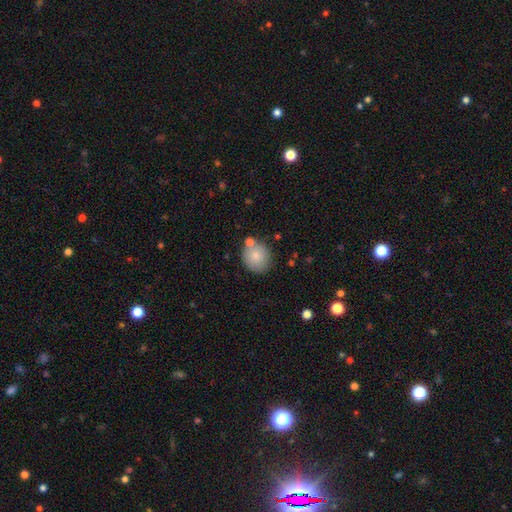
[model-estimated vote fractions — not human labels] smooth-or-featured: smooth: 82% | featured or disk: 10% | star or artifact: 8%
  how-rounded: round: 86% | in between: 13% | cigar-shaped: 1%
  merging: none: 72% | minor disturbance: 13% | merger: 12% | major disturbance: 3%